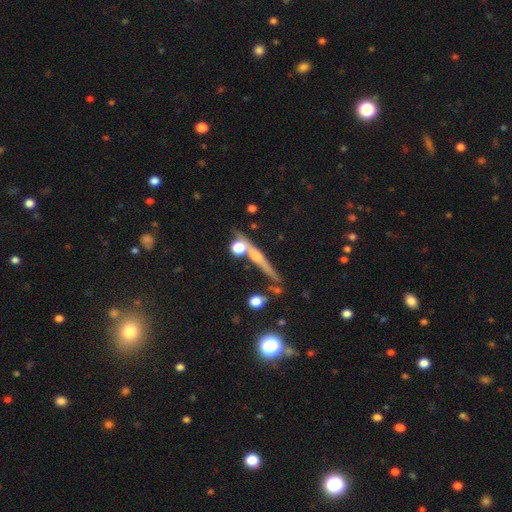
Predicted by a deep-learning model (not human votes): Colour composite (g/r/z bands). It shows a featured or disk galaxy (54%) viewed edge-on (92%). Merging: none (68%).